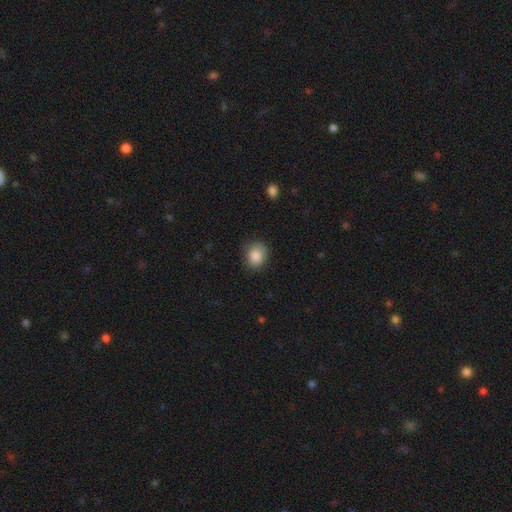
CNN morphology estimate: A smooth galaxy with no disk features (86%) that is round (66%). Merging: none (78%).